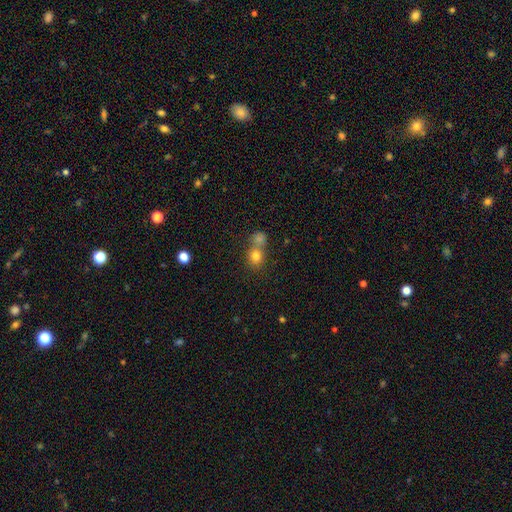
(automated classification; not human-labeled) smooth 78%, star or artifact 13%, featured or disk 9%. Down the decision tree: how rounded — round (79%); merging — merger (51%).